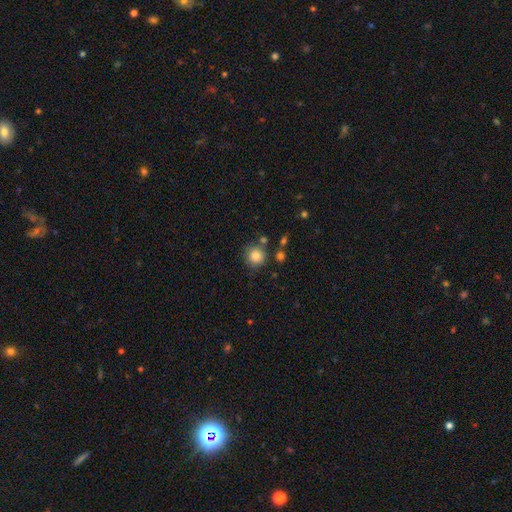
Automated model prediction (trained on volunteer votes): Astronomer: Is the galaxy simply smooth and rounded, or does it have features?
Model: smooth — 85%.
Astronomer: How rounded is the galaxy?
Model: round — 92%.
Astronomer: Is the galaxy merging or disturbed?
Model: none — 77%.